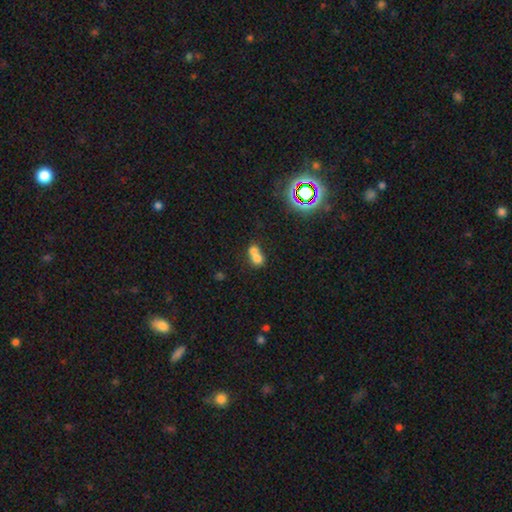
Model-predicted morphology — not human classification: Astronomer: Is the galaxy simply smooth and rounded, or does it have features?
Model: smooth — 68%.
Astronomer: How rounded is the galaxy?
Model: round — 63%.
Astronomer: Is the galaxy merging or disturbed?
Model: merger — 69%.